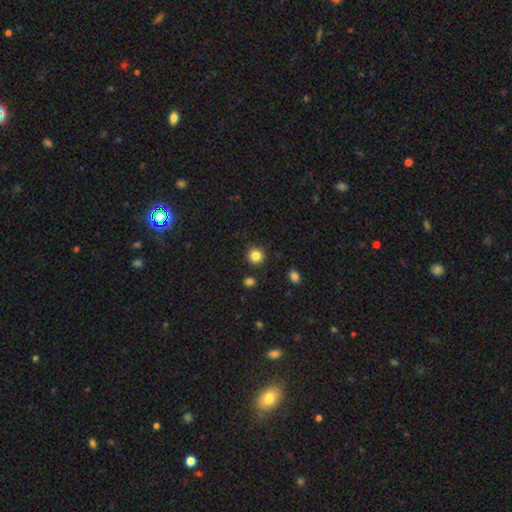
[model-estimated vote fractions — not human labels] smooth_or_featured: smooth (p=0.85) [alt: star or artifact p=0.11]
how_rounded: round (p=0.92) [alt: in between p=0.07]
merging: none (p=0.89) [alt: minor disturbance p=0.06]